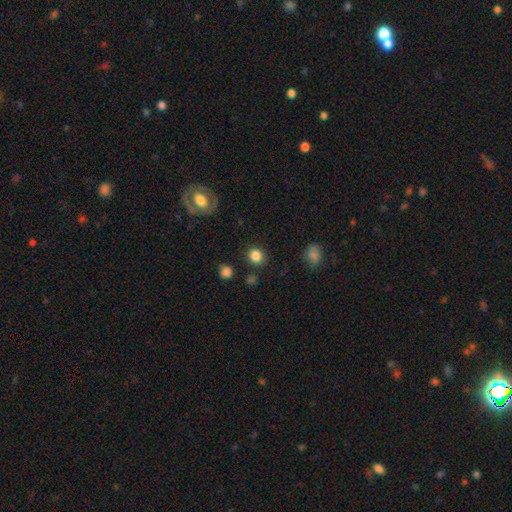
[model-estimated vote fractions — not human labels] Smooth or featured? Predicted: smooth (p=0.84). How rounded? Predicted: round (p=0.84). Merging? Predicted: none (p=0.86).